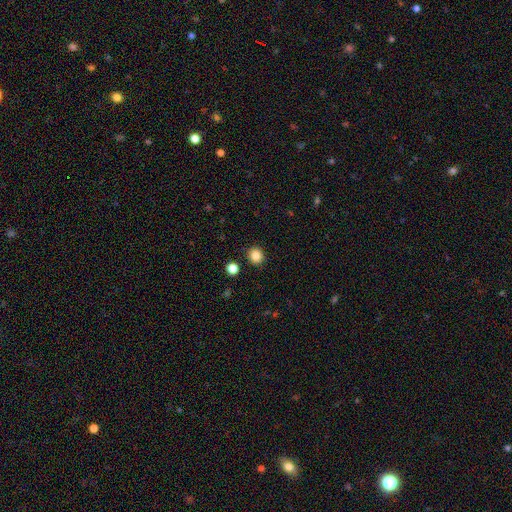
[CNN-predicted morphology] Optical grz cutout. It shows a smooth galaxy with no disk features (85%) that is round (87%). Merging: none (90%).